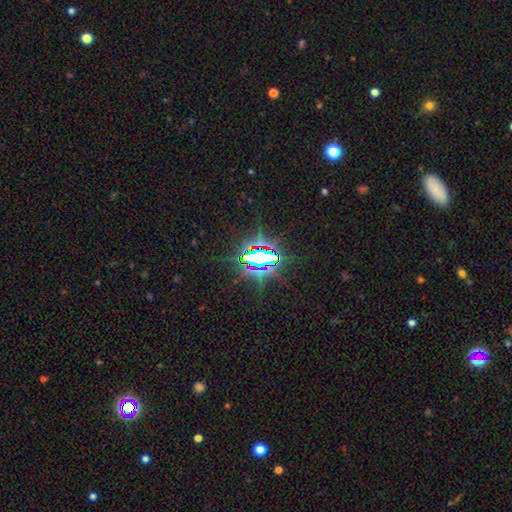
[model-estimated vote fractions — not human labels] Q: Smooth or featured?
A: star or artifact (82%); runner-up: smooth (9%)